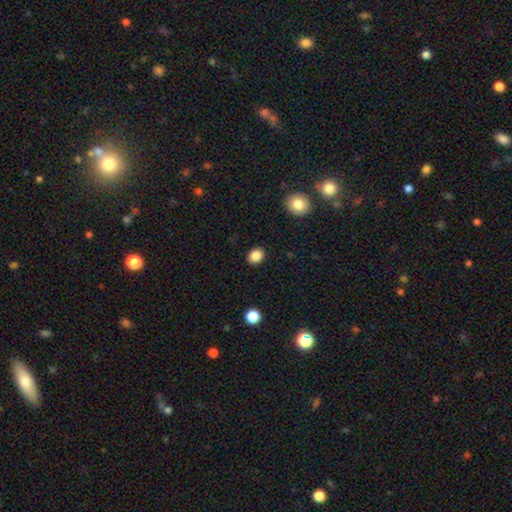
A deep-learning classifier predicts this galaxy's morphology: A smooth galaxy with no disk features (86%) that is round (53%).

Vote fractions:
- Smooth or featured? smooth: 86% / star or artifact: 10% / featured or disk: 4%
- How rounded? round: 53% / in between: 46% / cigar-shaped: 1%
- Merging? none: 90% / minor disturbance: 7% / major disturbance: 2% / merger: 1%